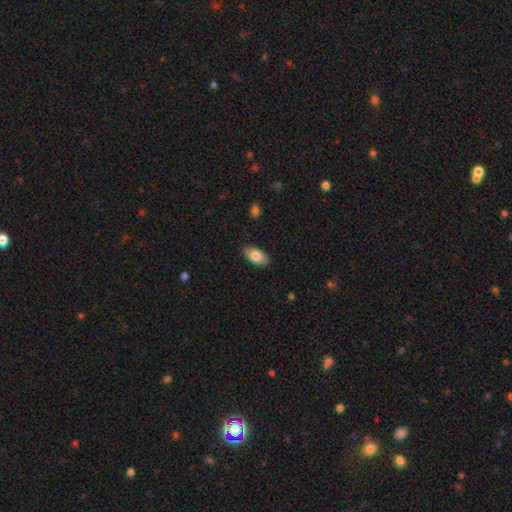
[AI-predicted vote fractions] Morphology: type=smooth (80%); roundness=in between (93%); merging=none (85%).